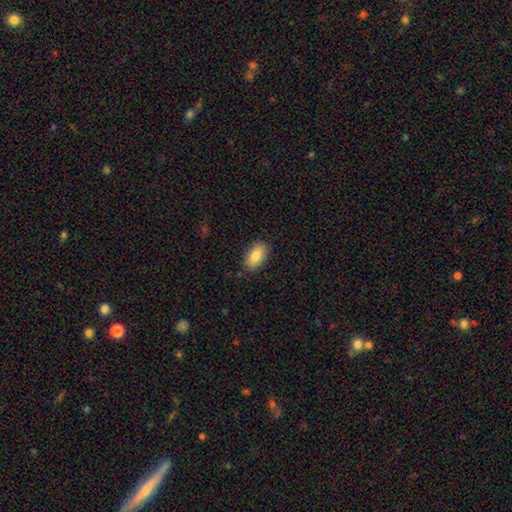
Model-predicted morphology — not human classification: Smooth or featured? Predicted: smooth (p=0.84). How rounded? Predicted: in between (p=0.93). Merging? Predicted: none (p=0.86).